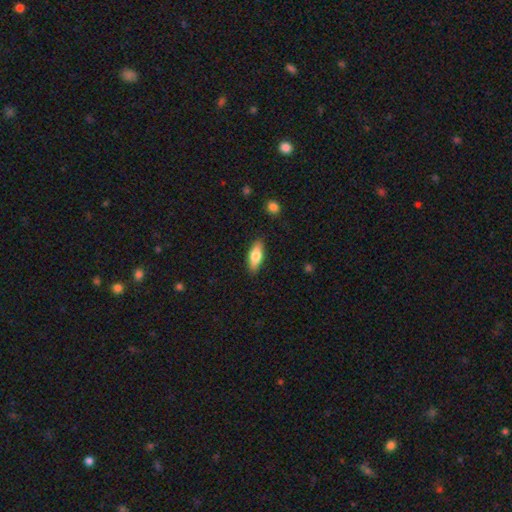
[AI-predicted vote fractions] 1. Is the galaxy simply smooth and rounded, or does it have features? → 71% smooth, 22% featured or disk, 6% star or artifact.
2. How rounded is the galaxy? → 68% in between, 29% cigar-shaped, 3% round.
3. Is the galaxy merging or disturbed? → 86% none, 10% minor disturbance, 2% major disturbance, 1% merger.